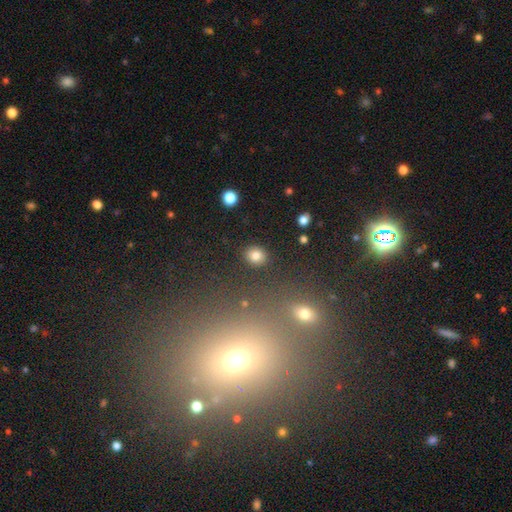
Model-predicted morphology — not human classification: Smooth or featured?
  - smooth: 82% *
  - star or artifact: 11%
  - featured or disk: 7%
How rounded?
  - round: 71% *
  - in between: 28%
  - cigar-shaped: 1%
Merging?
  - none: 88% *
  - minor disturbance: 7%
  - major disturbance: 3%
  - merger: 2%